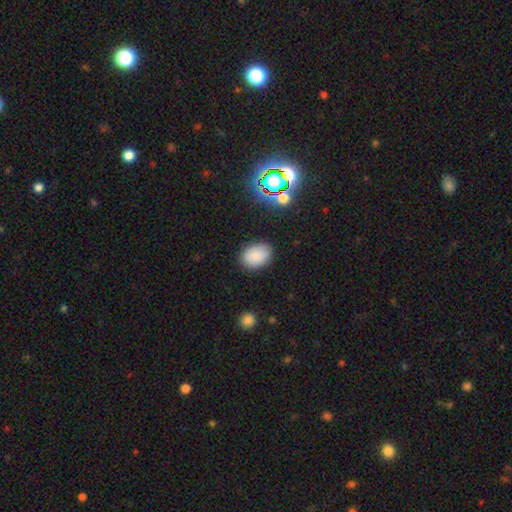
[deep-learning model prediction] A smooth galaxy with no disk features (85%) that is in between round and cigar-shaped (74%).

Vote fractions:
- Smooth or featured? smooth: 85% / star or artifact: 10% / featured or disk: 4%
- How rounded? in between: 74% / round: 25% / cigar-shaped: 1%
- Merging? none: 86% / minor disturbance: 10% / major disturbance: 3% / merger: 1%